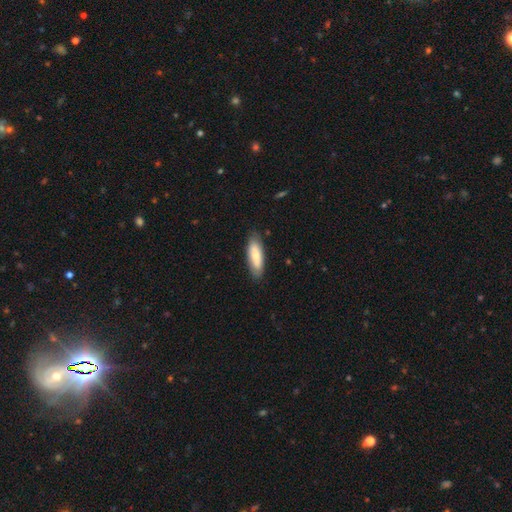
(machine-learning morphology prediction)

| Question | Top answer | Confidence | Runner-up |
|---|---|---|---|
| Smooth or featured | smooth | 73% | featured or disk (21%) |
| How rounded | in between | 58% | cigar-shaped (41%) |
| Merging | none | 83% | minor disturbance (14%) |